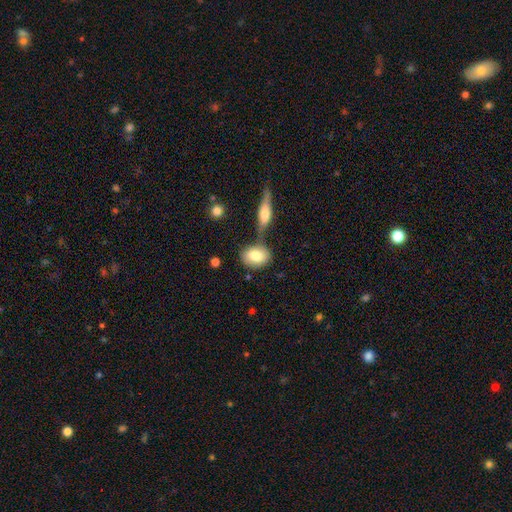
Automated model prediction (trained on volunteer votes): This appears to be a smooth galaxy with no disk features (80%) that is in between round and cigar-shaped (68%). Merging: none (58%).